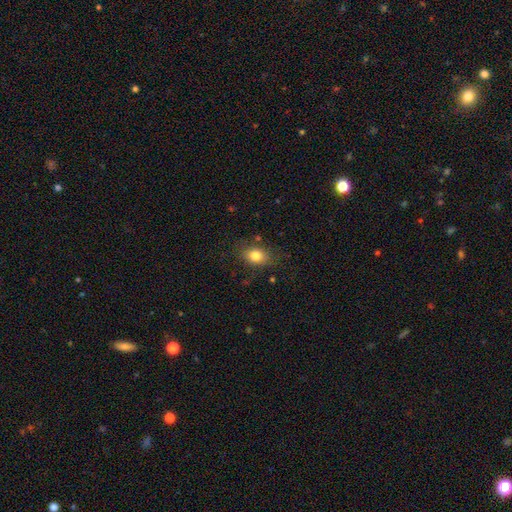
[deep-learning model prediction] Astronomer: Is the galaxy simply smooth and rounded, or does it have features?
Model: smooth — 81%.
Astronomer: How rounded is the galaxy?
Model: in between — 67%.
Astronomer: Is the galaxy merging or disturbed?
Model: none — 78%.